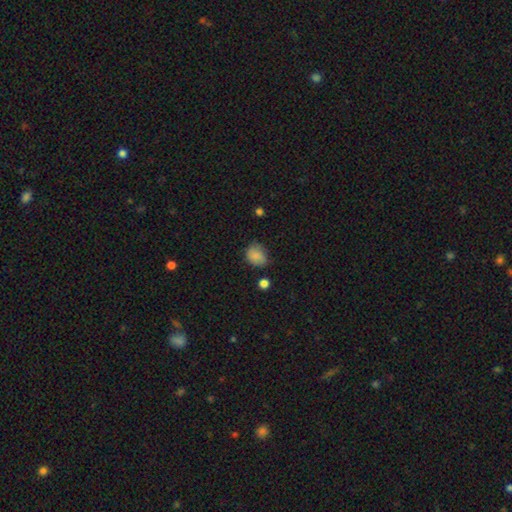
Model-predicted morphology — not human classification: smooth-or-featured: smooth: 82% | star or artifact: 10% | featured or disk: 8%
  how-rounded: round: 57% | in between: 42% | cigar-shaped: 1%
  merging: none: 59% | minor disturbance: 31% | major disturbance: 7% | merger: 3%